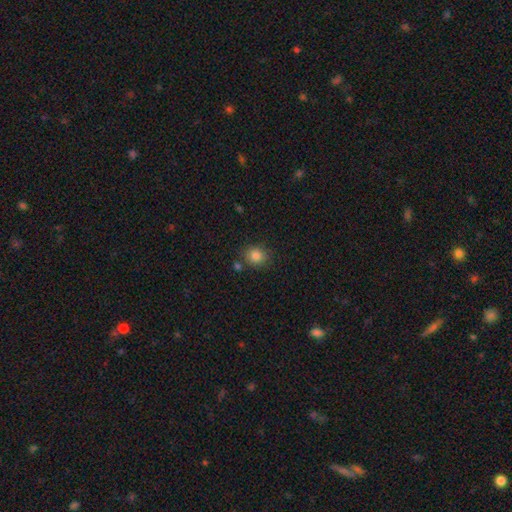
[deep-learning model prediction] smooth 83%, star or artifact 11%, featured or disk 6%. Down the decision tree: how rounded — round (77%); merging — none (79%).